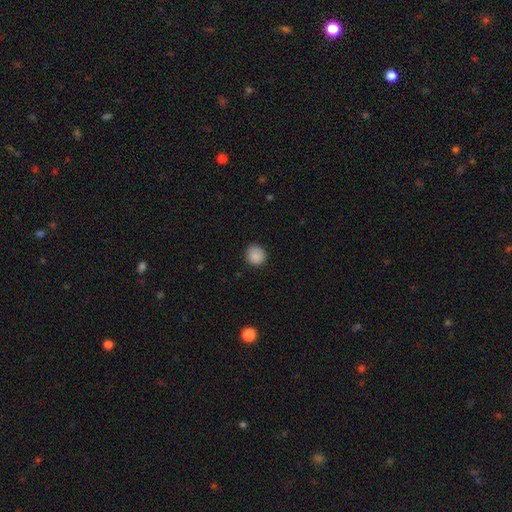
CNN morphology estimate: A smooth galaxy with no disk features (88%) that is round (90%). Merging: none (86%).